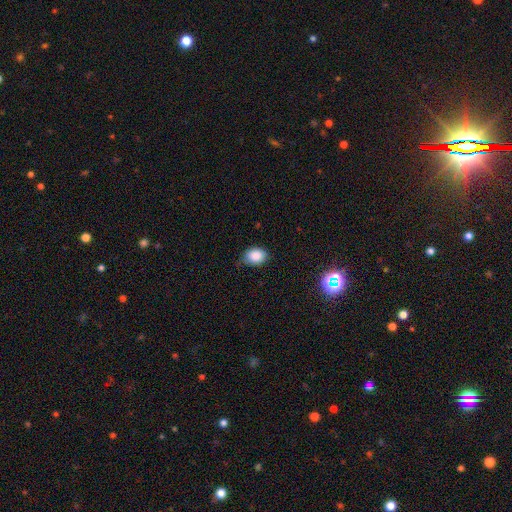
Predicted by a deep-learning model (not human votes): Q: Smooth or featured?
A: smooth (86%); runner-up: star or artifact (9%)
Q: How rounded?
A: in between (65%); runner-up: round (34%)
Q: Merging?
A: none (68%); runner-up: minor disturbance (26%)